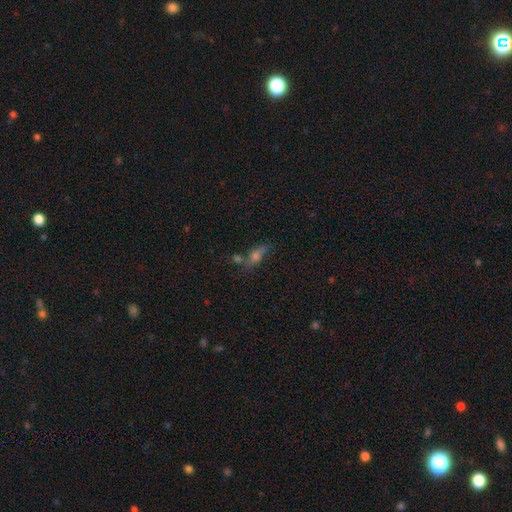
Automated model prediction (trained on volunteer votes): Morphology: type=smooth (46%); merging=none (55%).